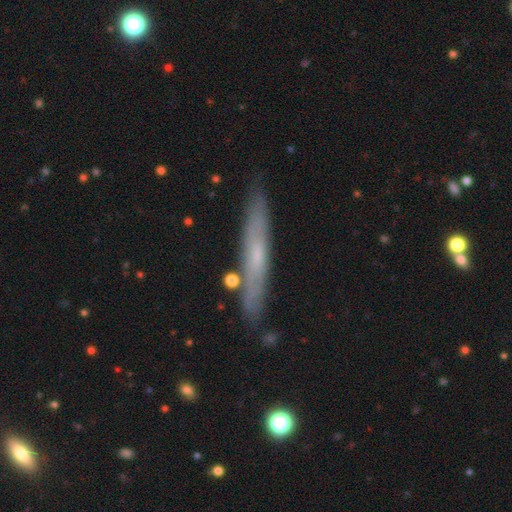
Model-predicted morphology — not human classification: smooth-or-featured: featured or disk: 51% | smooth: 42% | star or artifact: 7%
  disk-edge-on: yes: 84% | no: 16%
  merging: none: 85% | minor disturbance: 11% | merger: 2% | major disturbance: 2%